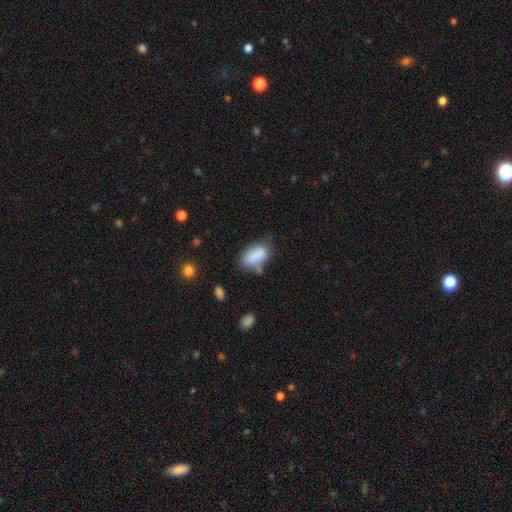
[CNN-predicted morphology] smooth_or_featured: smooth (p=0.82) [alt: featured or disk p=0.10]
how_rounded: in between (p=0.91) [alt: round p=0.06]
merging: none (p=0.46) [alt: minor disturbance p=0.31]